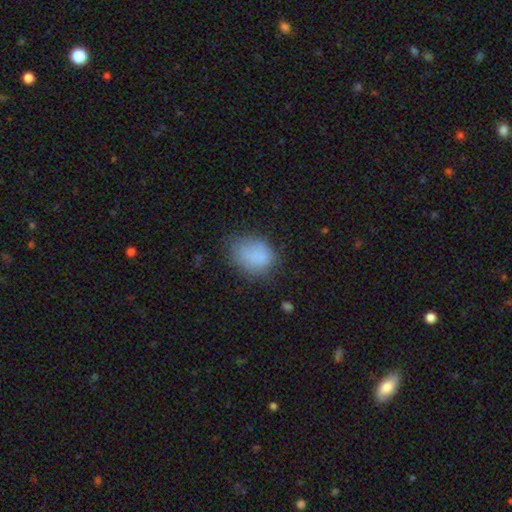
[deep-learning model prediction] Smooth or featured? Predicted: smooth (p=0.83). How rounded? Predicted: in between (p=0.59). Merging? Predicted: none (p=0.60).